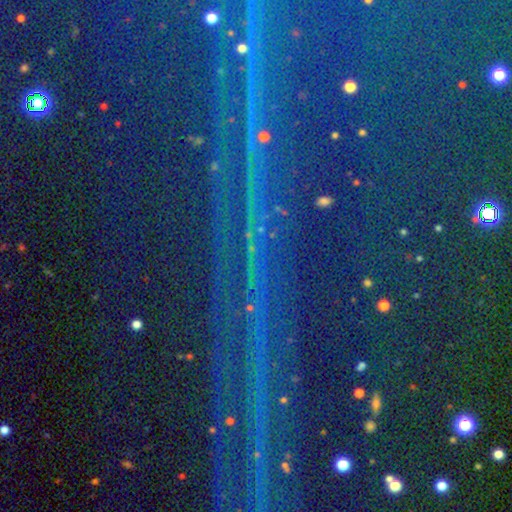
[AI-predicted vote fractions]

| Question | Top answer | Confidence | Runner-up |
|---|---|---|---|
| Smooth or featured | star or artifact | 88% | smooth (6%) |